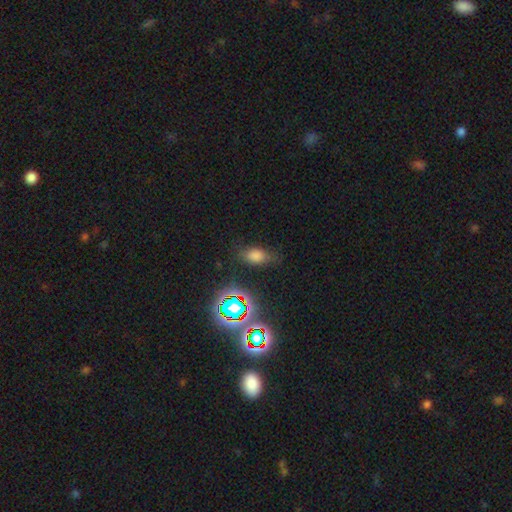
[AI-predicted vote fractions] smooth 67%, star or artifact 22%, featured or disk 10%. Down the decision tree: how rounded — in between (85%); merging — none (75%).